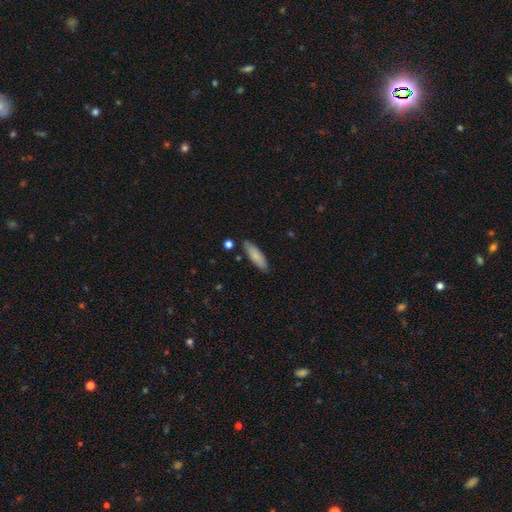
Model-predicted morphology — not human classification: A smooth galaxy with no disk features (81%) that is in between round and cigar-shaped (50%). Merging: none (83%).